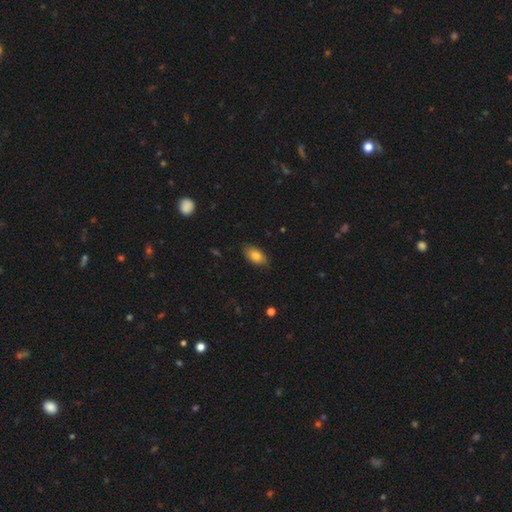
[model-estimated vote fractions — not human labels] A smooth galaxy with no disk features (80%) that is in between round and cigar-shaped (92%).

Vote fractions:
- Smooth or featured? smooth: 80% / featured or disk: 12% / star or artifact: 7%
- How rounded? in between: 92% / round: 4% / cigar-shaped: 3%
- Merging? none: 82% / minor disturbance: 15% / major disturbance: 3% / merger: 1%